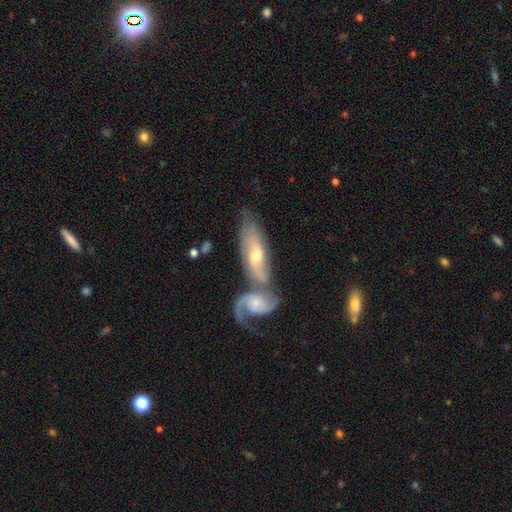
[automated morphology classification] This is likely a featured or disk galaxy (66%). It is clearly not viewed edge-on (81%). Bar: likely no (62%). Spiral arm pattern: clearly yes (82%). Central bulge: possibly moderate (57%). Merging: possibly merger (54%).